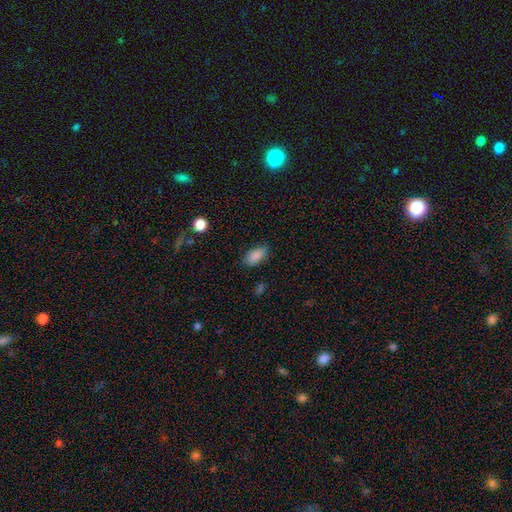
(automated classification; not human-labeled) This appears to be a smooth galaxy with no disk features (87%) that is in between round and cigar-shaped (92%). Merging: none (78%).